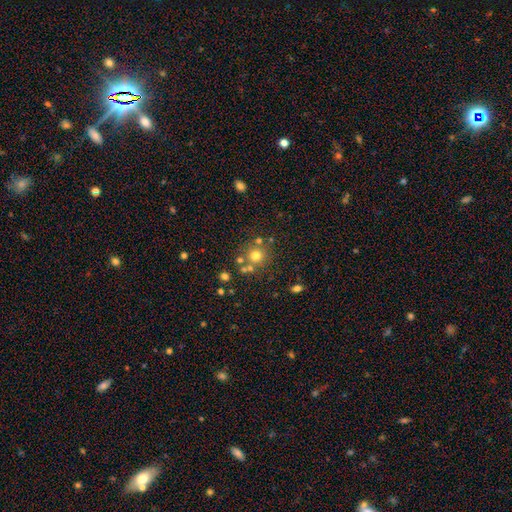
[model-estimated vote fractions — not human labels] smooth_or_featured: smooth (p=0.69) [alt: star or artifact p=0.18]
how_rounded: round (p=0.91) [alt: in between p=0.08]
merging: none (p=0.71) [alt: merger p=0.16]